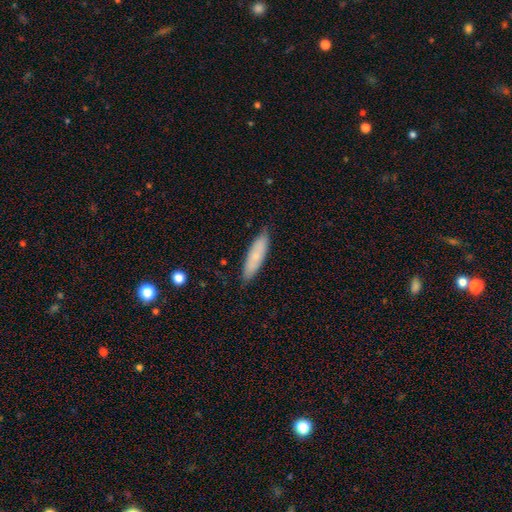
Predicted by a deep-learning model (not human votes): smooth 73%, featured or disk 20%, star or artifact 6%. Down the decision tree: how rounded — cigar-shaped (61%); merging — none (83%).